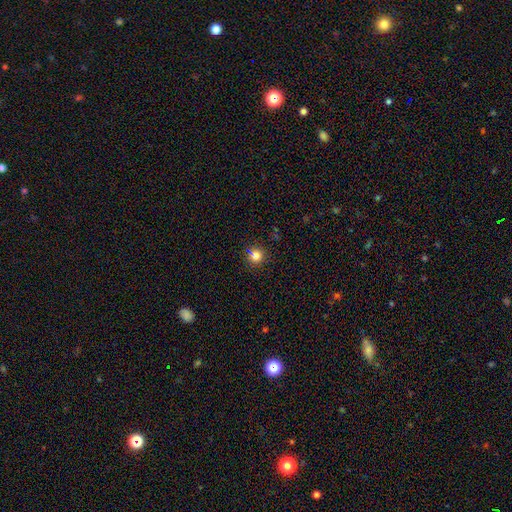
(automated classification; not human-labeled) Q: Smooth or featured?
A: smooth (78%); runner-up: star or artifact (16%)
Q: How rounded?
A: round (92%); runner-up: in between (7%)
Q: Merging?
A: none (84%); runner-up: minor disturbance (8%)